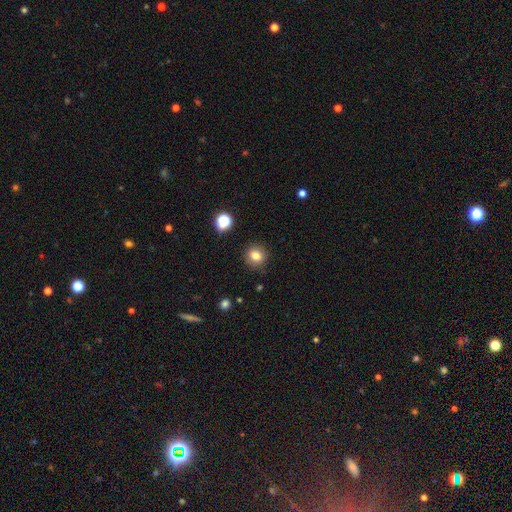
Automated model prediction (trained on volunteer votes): Morphology: type=smooth (81%); roundness=round (85%); merging=none (88%).